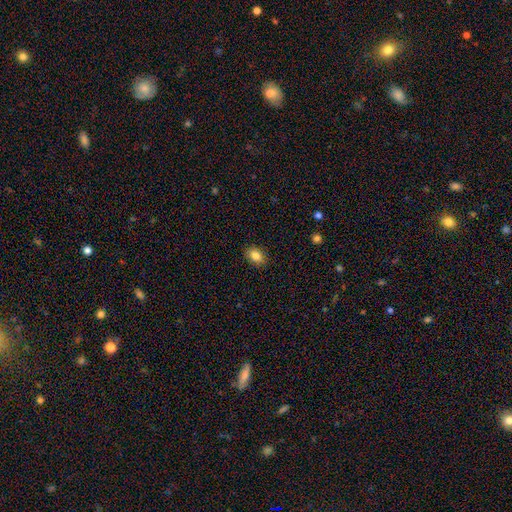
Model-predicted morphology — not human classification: Overall: smooth (85%). How rounded: in between (78%). Merging: none (88%).